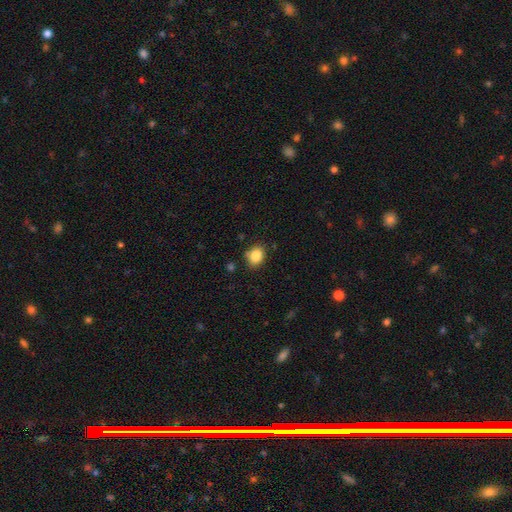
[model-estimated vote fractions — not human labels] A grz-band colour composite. It shows a smooth galaxy with no disk features (86%) that is in between round and cigar-shaped (56%). Merging: none (79%).